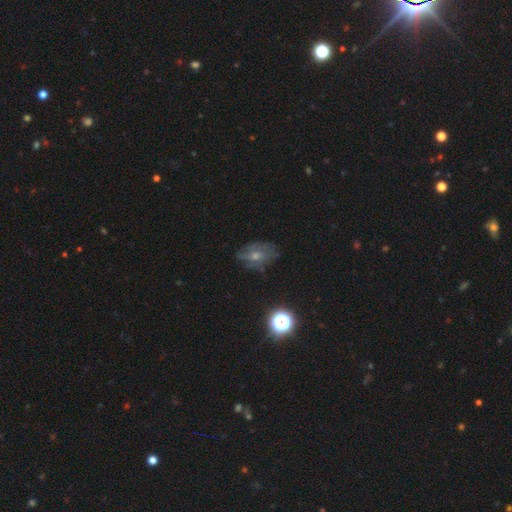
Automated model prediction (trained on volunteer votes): Morphology: type=featured or disk (44%); merging=none (63%).